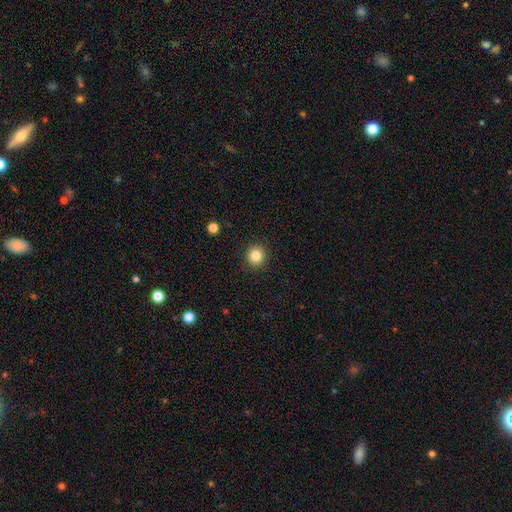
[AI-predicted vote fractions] The model was most divided on "smooth or featured": smooth: 84%, star or artifact: 11%, featured or disk: 5%. More confident: how rounded — round (92%); merging — none (92%).